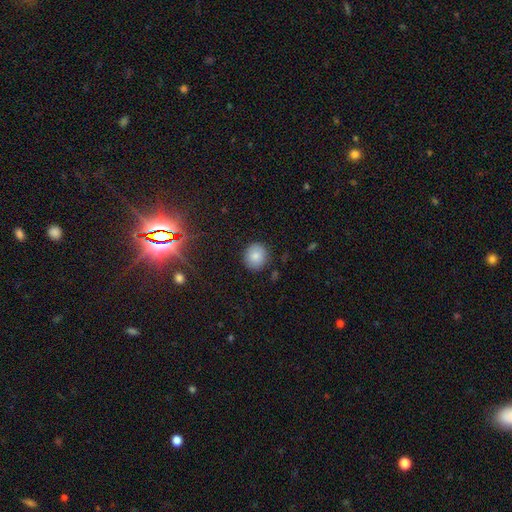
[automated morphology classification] The model was most divided on "how rounded": round: 85%, in between: 14%, cigar-shaped: 1%. More confident: merging — none (87%); smooth or featured — smooth (83%).